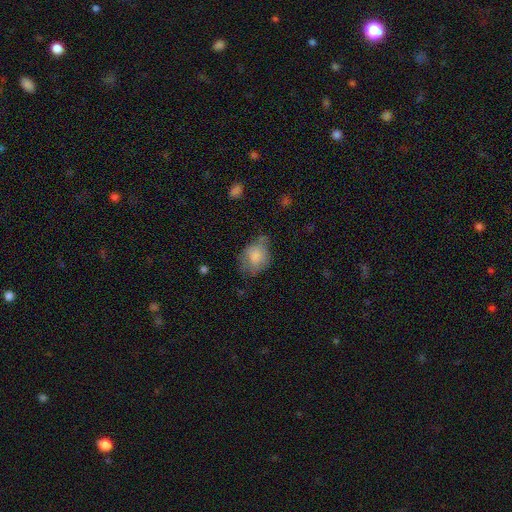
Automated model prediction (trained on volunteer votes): smooth 73%, featured or disk 18%, star or artifact 8%. Down the decision tree: how rounded — in between (63%); merging — none (40%).